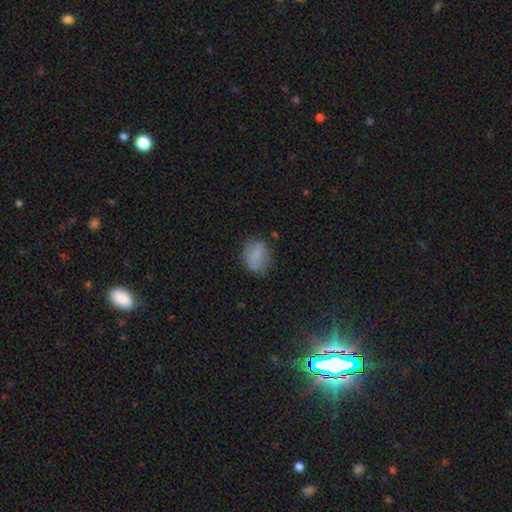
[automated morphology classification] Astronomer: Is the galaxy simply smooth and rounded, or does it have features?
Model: smooth — 76%.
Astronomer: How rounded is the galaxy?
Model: in between — 56% (runner-up: round, 42%).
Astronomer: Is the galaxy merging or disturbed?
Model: none — 69%.